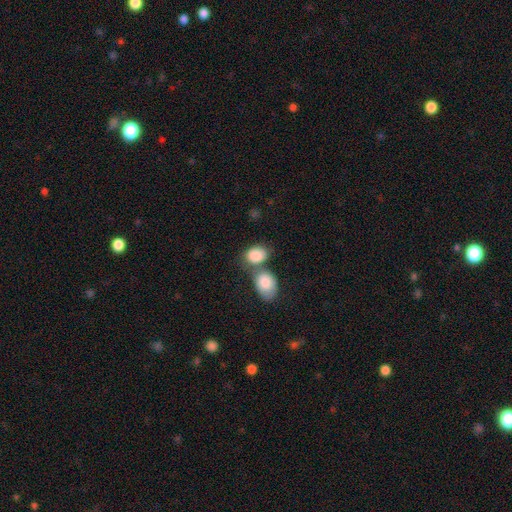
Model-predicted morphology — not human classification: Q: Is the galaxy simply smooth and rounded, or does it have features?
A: smooth — 86%.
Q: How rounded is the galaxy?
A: in between — 71%.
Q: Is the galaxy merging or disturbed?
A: merger — 52%.